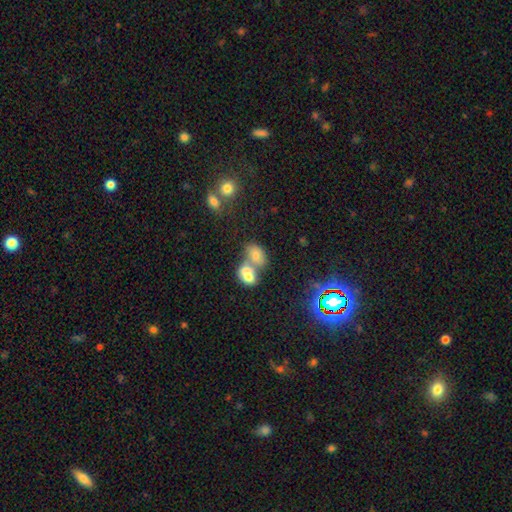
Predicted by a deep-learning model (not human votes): Morphology: type=smooth (67%); roundness=in between (73%); merging=merger (59%).